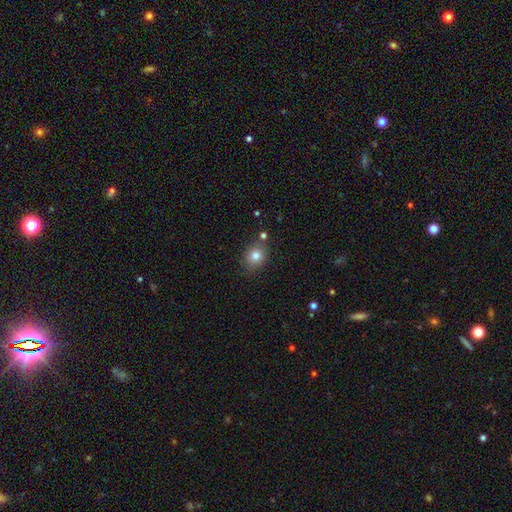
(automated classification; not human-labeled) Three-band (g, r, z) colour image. It shows a smooth galaxy with no disk features (80%) that is round (59%). Merging: none (77%).